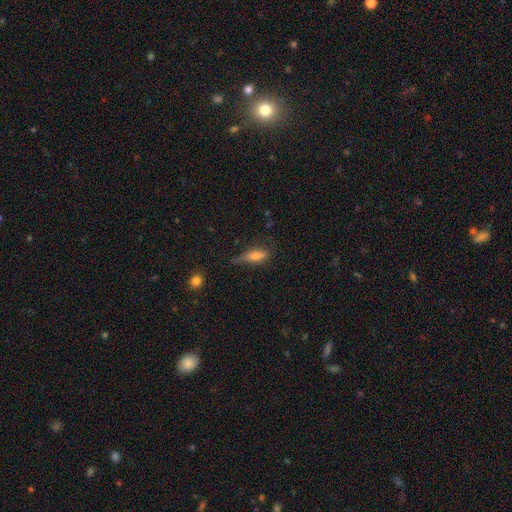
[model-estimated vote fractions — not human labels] Smooth or featured? Predicted: smooth (p=0.56). How rounded? Predicted: cigar-shaped (p=0.48, tied with in between). Merging? Predicted: none (p=0.48).